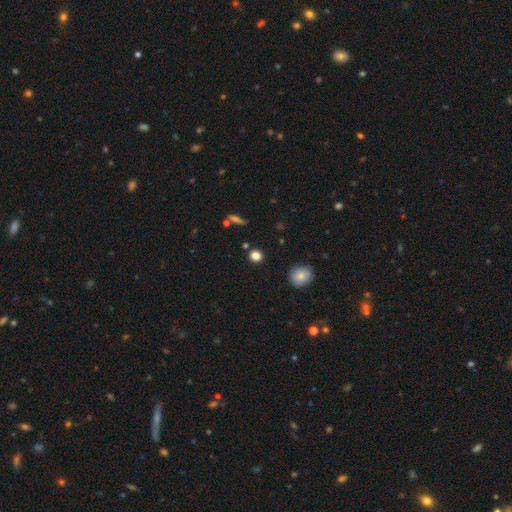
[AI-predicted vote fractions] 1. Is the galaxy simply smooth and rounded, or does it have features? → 82% smooth, 13% star or artifact, 5% featured or disk.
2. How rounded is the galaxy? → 88% round, 10% in between, 2% cigar-shaped.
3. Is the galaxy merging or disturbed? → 89% none, 6% minor disturbance, 3% merger, 2% major disturbance.